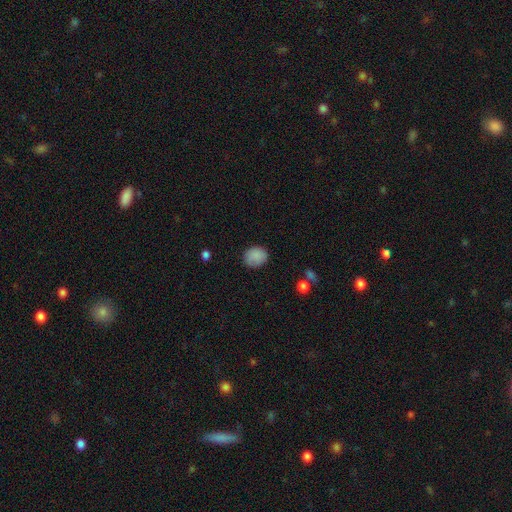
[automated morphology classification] smooth 87%, star or artifact 9%, featured or disk 4%. Down the decision tree: how rounded — round (67%); merging — none (82%).